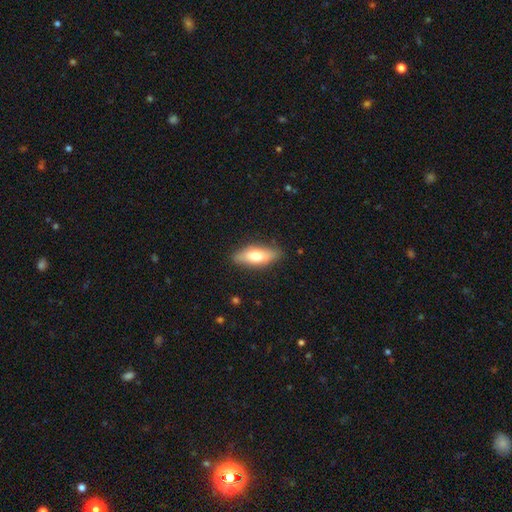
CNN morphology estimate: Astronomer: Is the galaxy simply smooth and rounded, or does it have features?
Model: smooth — 67%.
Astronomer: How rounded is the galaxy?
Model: in between — 67%.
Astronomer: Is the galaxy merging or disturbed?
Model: none — 84%.